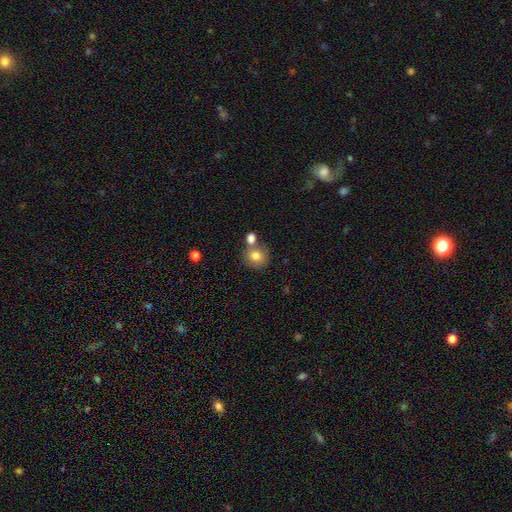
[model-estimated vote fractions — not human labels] Smooth or featured? smooth (79%)
How rounded? round (81%)
Merging? none (56%)